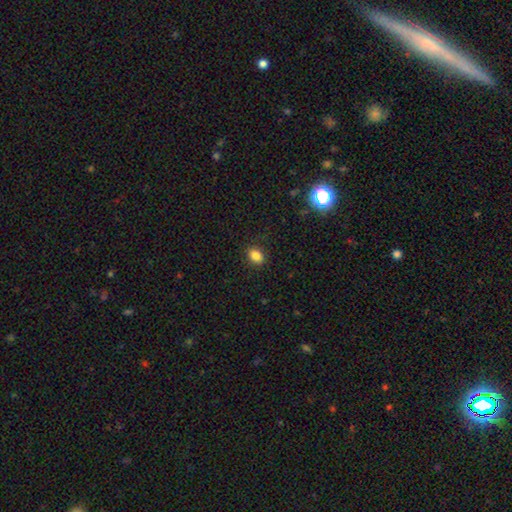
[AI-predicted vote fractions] This appears to be a smooth galaxy with no disk features (84%) that is in between round and cigar-shaped (74%). Merging: none (87%).